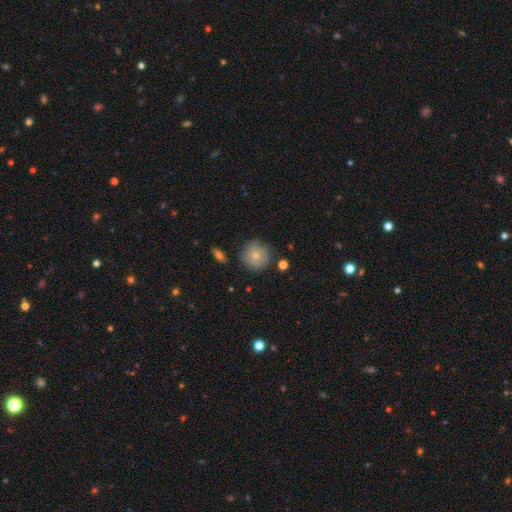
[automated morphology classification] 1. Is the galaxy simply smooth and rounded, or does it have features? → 75% smooth, 16% featured or disk, 9% star or artifact.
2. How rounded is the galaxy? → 93% round, 6% in between, 1% cigar-shaped.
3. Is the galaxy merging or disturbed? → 79% none, 15% minor disturbance, 3% major disturbance, 3% merger.